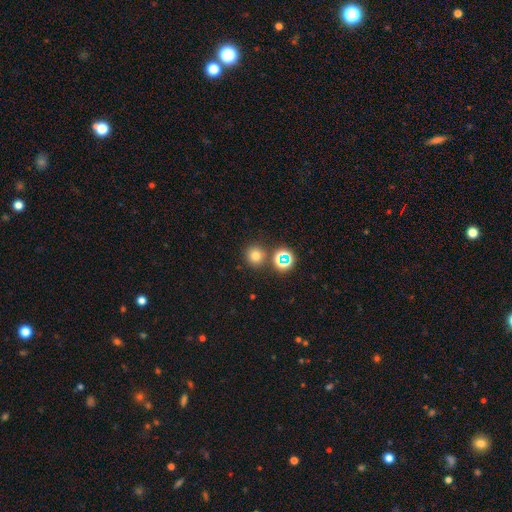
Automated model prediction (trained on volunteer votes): Q: Smooth or featured?
A: smooth (72%); runner-up: star or artifact (21%)
Q: How rounded?
A: round (92%); runner-up: in between (7%)
Q: Merging?
A: none (80%); runner-up: merger (10%)